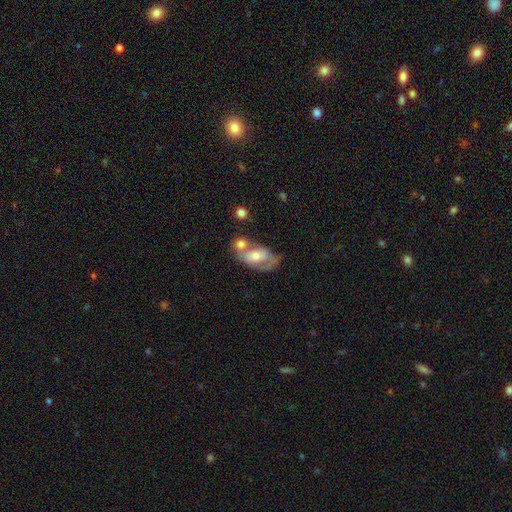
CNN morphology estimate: featured or disk 54%, smooth 39%, star or artifact 7%. Down the decision tree: edge-on disk — no (93%); bar — no (63%); spiral arms — no (53%); bulge size — moderate (62%); merging — merger (45%).